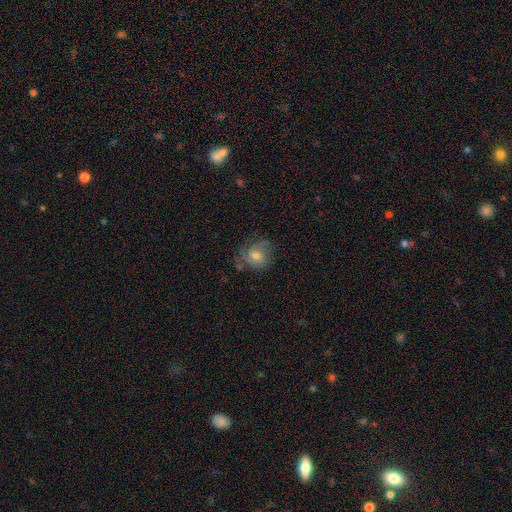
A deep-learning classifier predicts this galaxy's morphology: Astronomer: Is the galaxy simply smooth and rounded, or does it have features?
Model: featured or disk — 46% (runner-up: smooth, 44%).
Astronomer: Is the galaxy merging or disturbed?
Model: none — 64%.